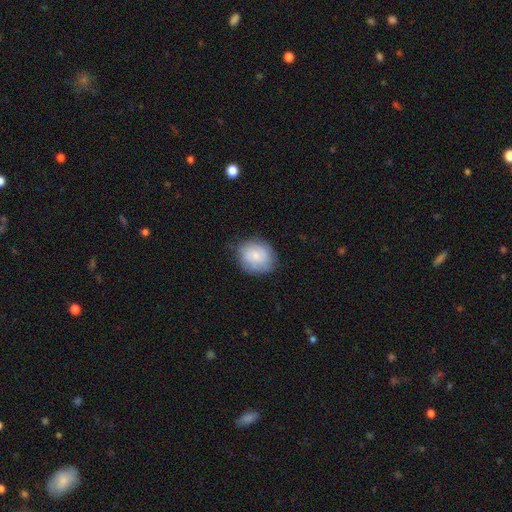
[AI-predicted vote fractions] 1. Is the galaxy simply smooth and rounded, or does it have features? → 72% smooth, 20% featured or disk, 7% star or artifact.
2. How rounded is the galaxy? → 66% round, 33% in between, 1% cigar-shaped.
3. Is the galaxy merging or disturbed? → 75% none, 19% minor disturbance, 5% major disturbance, 1% merger.